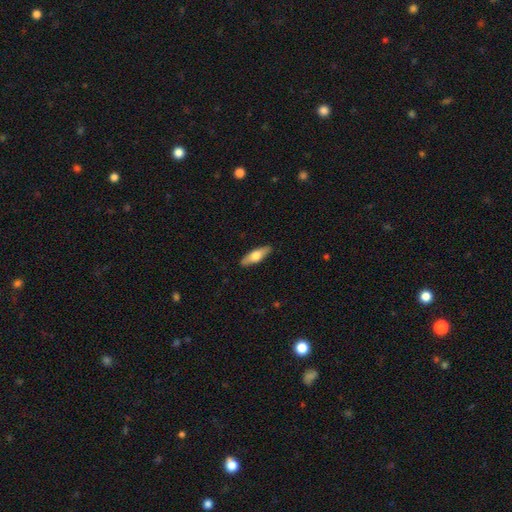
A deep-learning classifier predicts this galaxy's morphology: Overall: smooth (60%; featured or disk 34%). How rounded: in between (52%; cigar-shaped 46%). Merging: none (89%).